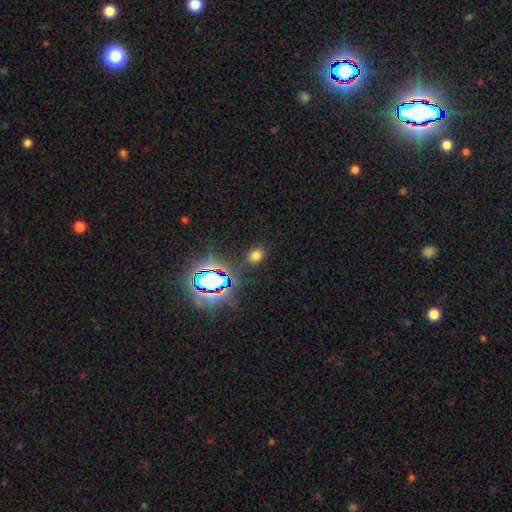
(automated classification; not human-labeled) A smooth galaxy with no disk features (65%) that is in between round and cigar-shaped (60%). Merging: none (84%).